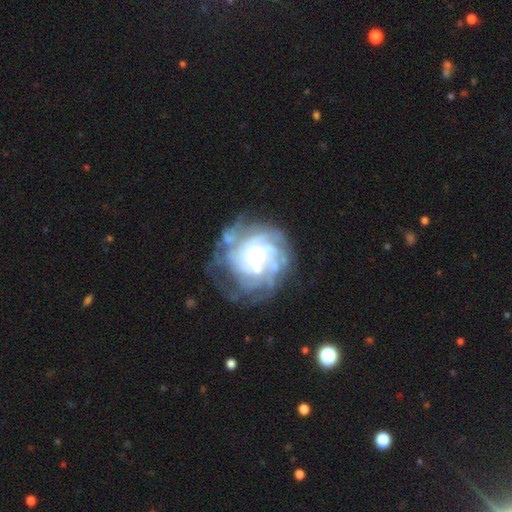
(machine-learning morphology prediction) Overall: featured or disk (77%). Edge-on disk: no (98%). Bar: no (80%). Spiral arms: yes (81%). Spiral arm count: can't tell (45%; more than 4 17%). Spiral winding: tight (63%; medium 26%). Bulge size: moderate (46%; small 41%). Merging: none (57%; minor disturbance 20%).